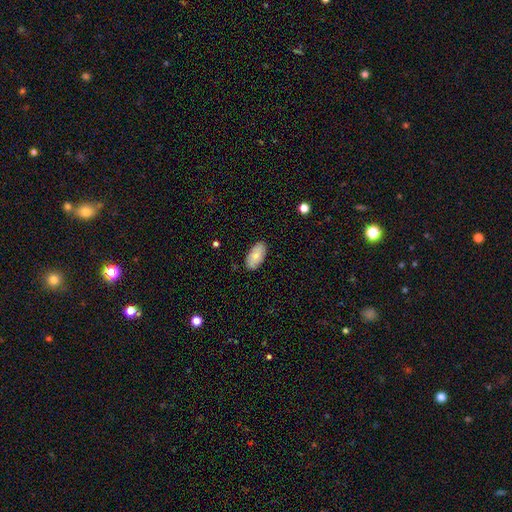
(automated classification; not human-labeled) smooth 77%, featured or disk 16%, star or artifact 7%. Down the decision tree: how rounded — in between (95%); merging — none (86%).